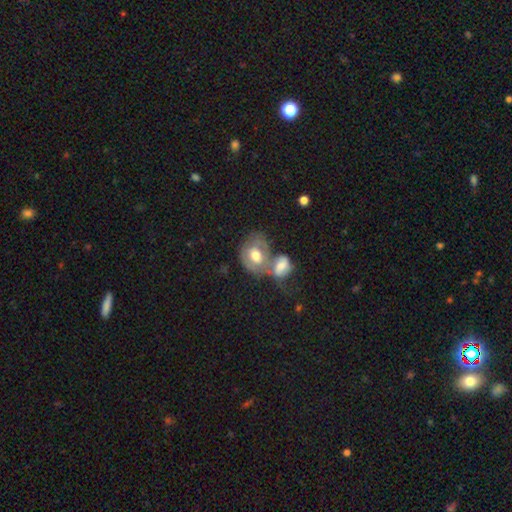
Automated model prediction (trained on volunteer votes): A featured or disk galaxy (48%).

Vote fractions:
- Smooth or featured? featured or disk: 48% / smooth: 45% / star or artifact: 7%
- Merging? merger: 58% / none: 22% / minor disturbance: 11% / major disturbance: 9%